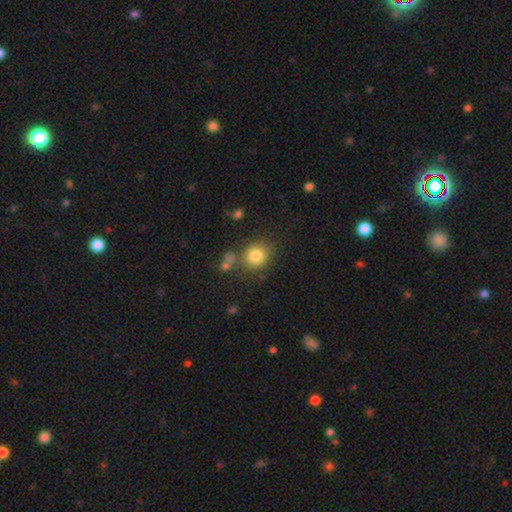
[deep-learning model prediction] smooth 82%, star or artifact 11%, featured or disk 7%. Down the decision tree: how rounded — round (81%); merging — none (75%).